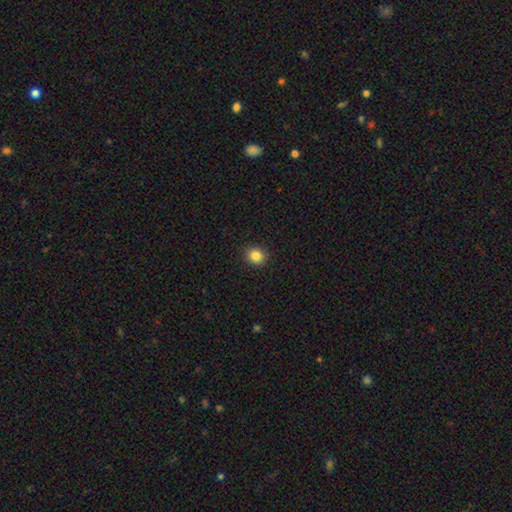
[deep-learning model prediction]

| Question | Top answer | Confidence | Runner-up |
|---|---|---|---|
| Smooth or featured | smooth | 85% | star or artifact (10%) |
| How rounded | round | 76% | in between (23%) |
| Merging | none | 91% | minor disturbance (6%) |